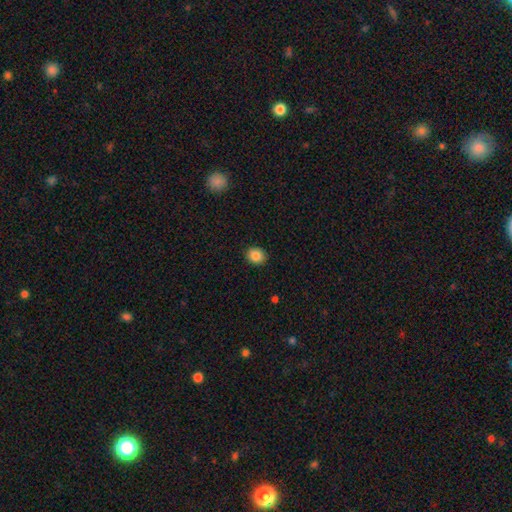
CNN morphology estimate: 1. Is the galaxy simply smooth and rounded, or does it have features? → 86% smooth, 9% star or artifact, 5% featured or disk.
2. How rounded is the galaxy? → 62% round, 37% in between, 1% cigar-shaped.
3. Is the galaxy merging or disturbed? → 90% none, 7% minor disturbance, 2% major disturbance, 1% merger.